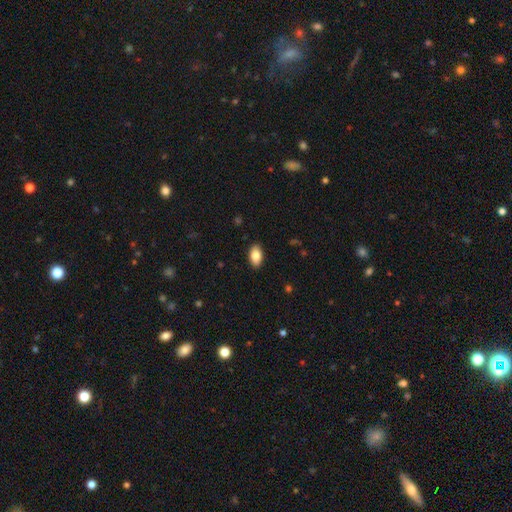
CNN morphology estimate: Smooth or featured? Predicted: smooth (p=0.83). How rounded? Predicted: in between (p=0.93). Merging? Predicted: none (p=0.89).